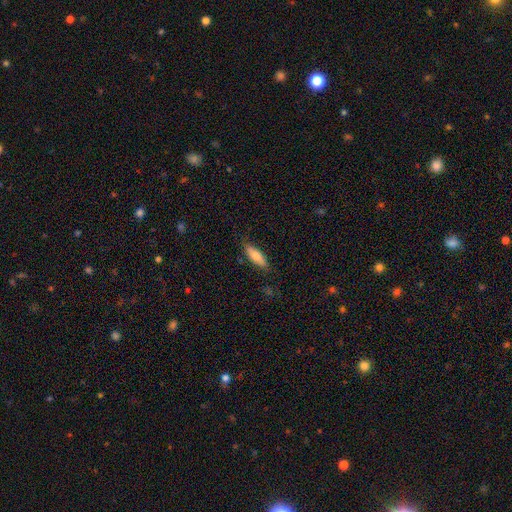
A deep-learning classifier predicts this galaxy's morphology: A smooth galaxy with no disk features (71%) that is in between round and cigar-shaped (50%).

Vote fractions:
- Smooth or featured? smooth: 71% / featured or disk: 23% / star or artifact: 6%
- How rounded? in between: 50% / cigar-shaped: 48% / round: 2%
- Merging? none: 81% / minor disturbance: 15% / major disturbance: 3% / merger: 1%